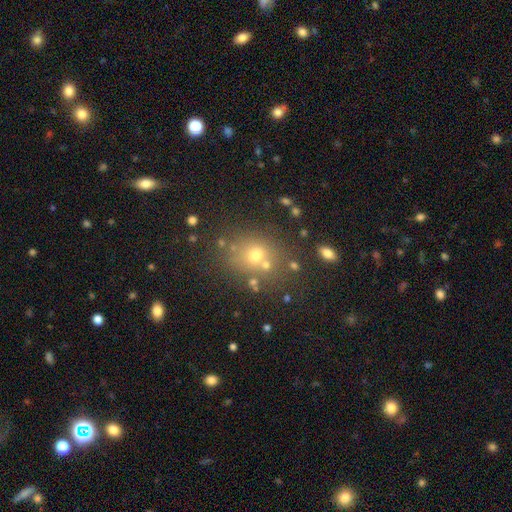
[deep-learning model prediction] This appears to be a smooth galaxy with no disk features (63%) that is round (66%). Merging: none (67%).